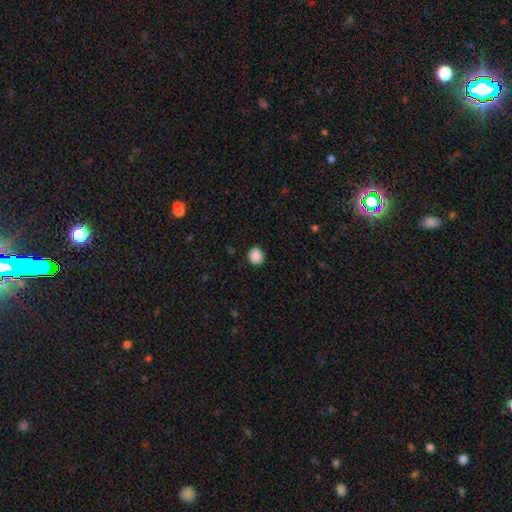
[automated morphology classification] smooth_or_featured: smooth (p=0.88) [alt: star or artifact p=0.09]
how_rounded: round (p=0.80) [alt: in between p=0.19]
merging: none (p=0.87) [alt: minor disturbance p=0.09]